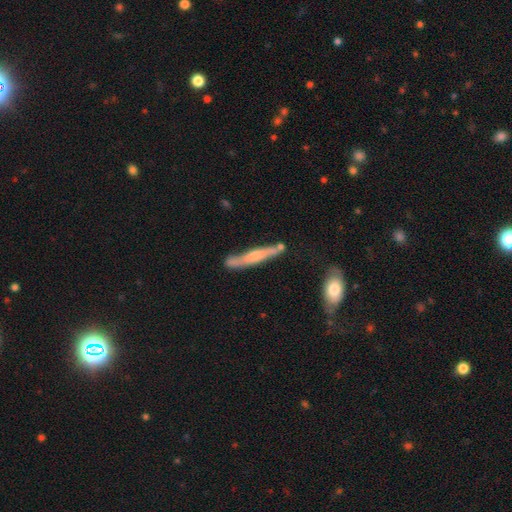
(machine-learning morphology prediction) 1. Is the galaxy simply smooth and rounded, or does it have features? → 48% smooth, 46% featured or disk, 6% star or artifact.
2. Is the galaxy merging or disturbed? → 63% none, 20% minor disturbance, 11% merger, 5% major disturbance.